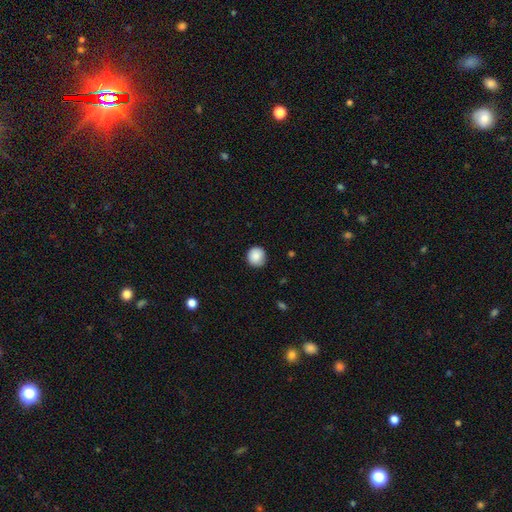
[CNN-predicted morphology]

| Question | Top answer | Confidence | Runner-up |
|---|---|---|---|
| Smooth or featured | smooth | 88% | star or artifact (8%) |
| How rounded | round | 91% | in between (8%) |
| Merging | none | 85% | minor disturbance (12%) |